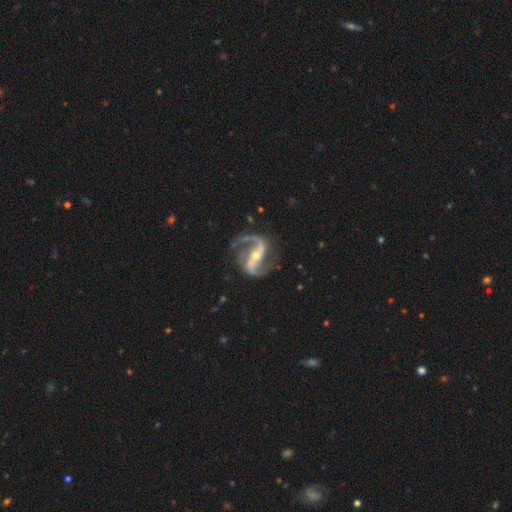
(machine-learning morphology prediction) type=featured or disk (94%); edge-on=no (98%); bar=strong (49%); spiral arms=yes (99%); winding=medium (56%); arm count=2 (94%); bulge=small (49%); merging=none (79%).